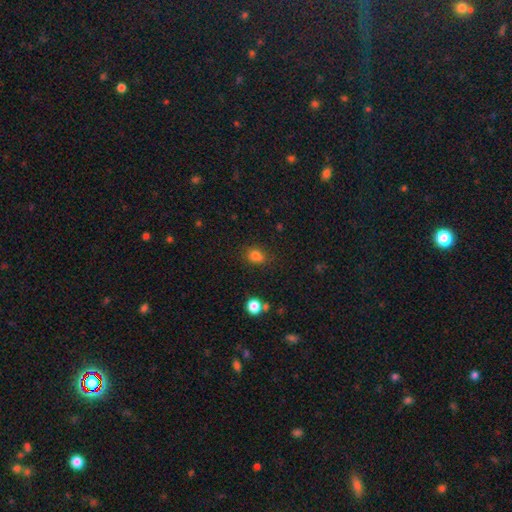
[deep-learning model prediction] A smooth galaxy with no disk features (80%) that is round (52%).

Vote fractions:
- Smooth or featured? smooth: 80% / star or artifact: 14% / featured or disk: 6%
- How rounded? round: 52% / in between: 46% / cigar-shaped: 1%
- Merging? none: 73% / minor disturbance: 16% / merger: 6% / major disturbance: 5%